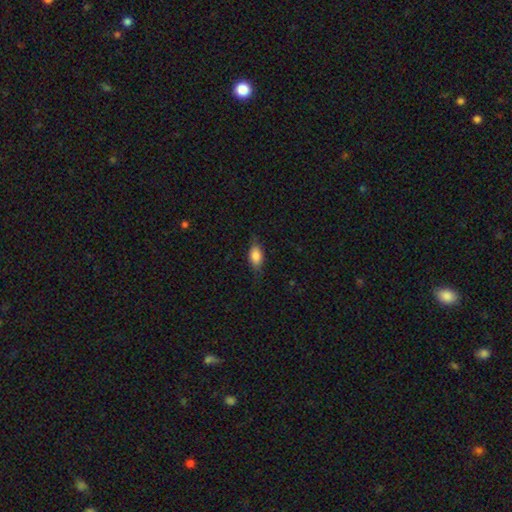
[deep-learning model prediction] Morphology: type=smooth (78%); roundness=in between (84%); merging=none (74%).